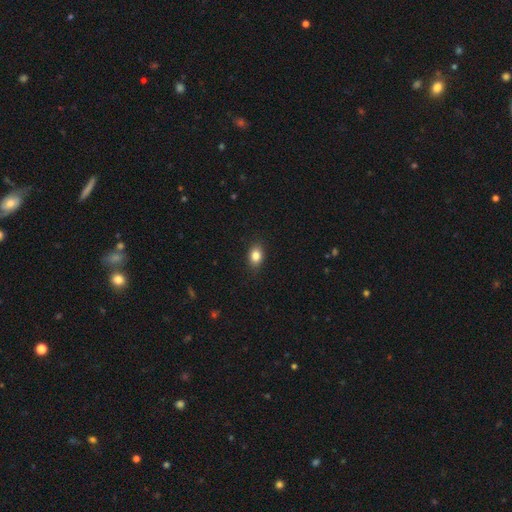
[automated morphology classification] Smooth or featured: smooth — 85% (star or artifact — 9%)
How rounded: in between — 75% (round — 23%)
Merging: none — 87% (minor disturbance — 10%)